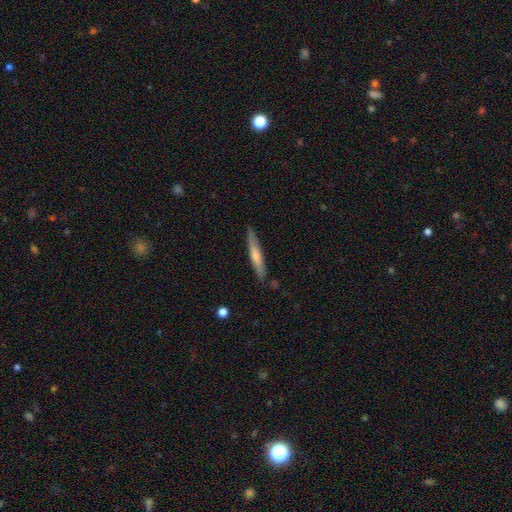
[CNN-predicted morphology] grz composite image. It shows a smooth galaxy with no disk features (56%) that is cigar-shaped (92%). Merging: none (85%).